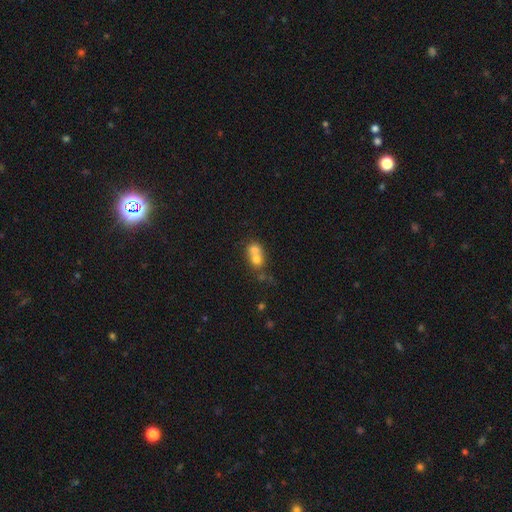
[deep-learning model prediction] This appears to be a smooth galaxy with no disk features (67%) that is round (71%). Merging: merger (70%).